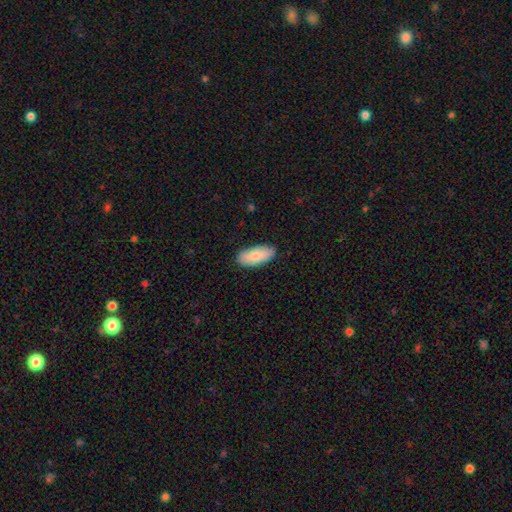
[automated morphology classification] smooth 82%, featured or disk 12%, star or artifact 6%. Down the decision tree: how rounded — in between (88%); merging — none (86%).